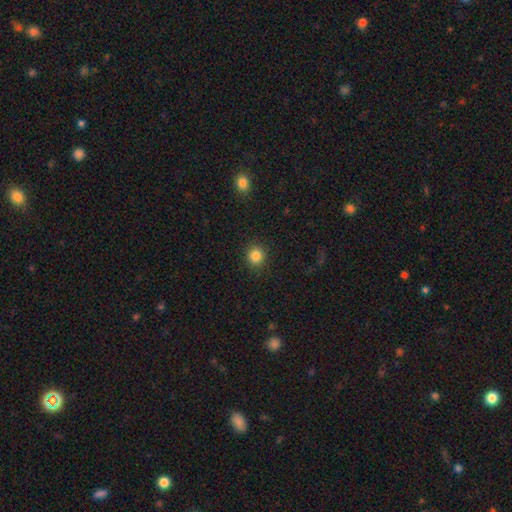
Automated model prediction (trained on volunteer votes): This is clearly a smooth galaxy (85%). How rounded: clearly round (89%). Merging: clearly none (91%).